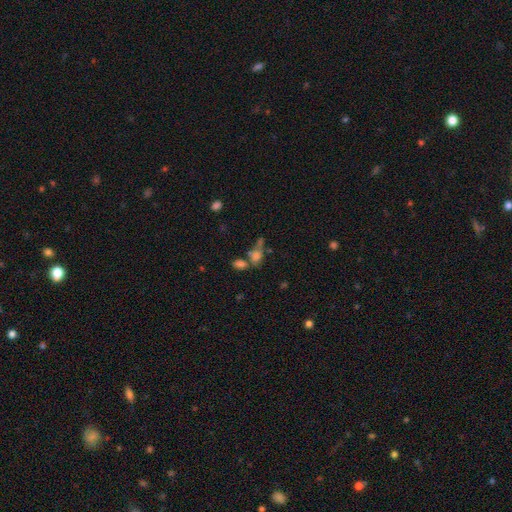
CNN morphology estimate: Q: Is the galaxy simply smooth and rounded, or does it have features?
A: smooth — 69%.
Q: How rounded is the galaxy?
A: in between — 69%.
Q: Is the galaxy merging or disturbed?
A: merger — 42%.